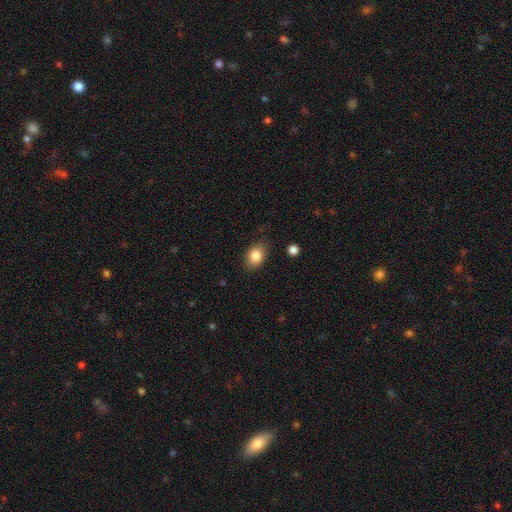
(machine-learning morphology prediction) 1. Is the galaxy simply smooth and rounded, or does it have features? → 84% smooth, 9% star or artifact, 7% featured or disk.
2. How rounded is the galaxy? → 72% in between, 27% round, 1% cigar-shaped.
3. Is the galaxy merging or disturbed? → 79% none, 15% minor disturbance, 4% major disturbance, 2% merger.